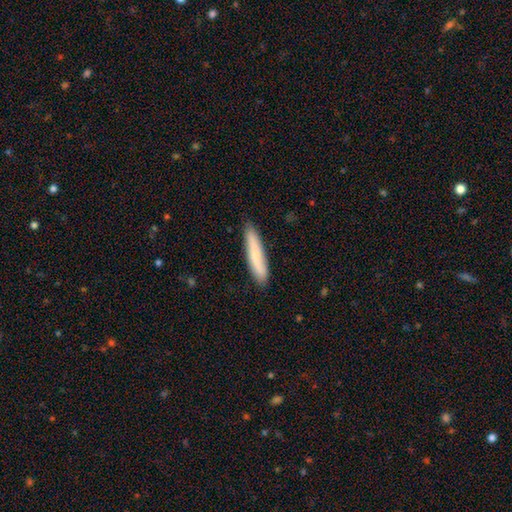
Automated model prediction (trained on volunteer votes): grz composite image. It shows a smooth galaxy with no disk features (72%) that is cigar-shaped (88%). Merging: none (87%).